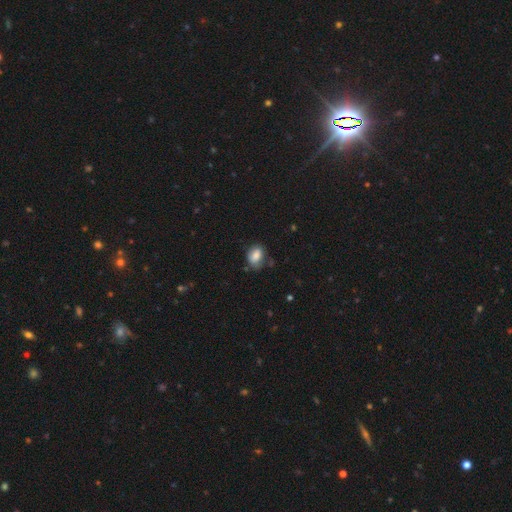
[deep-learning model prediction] Smooth or featured?
  - smooth: 82% *
  - featured or disk: 9%
  - star or artifact: 9%
How rounded?
  - in between: 78% *
  - round: 21%
  - cigar-shaped: 2%
Merging?
  - none: 62% *
  - minor disturbance: 27%
  - major disturbance: 7%
  - merger: 4%